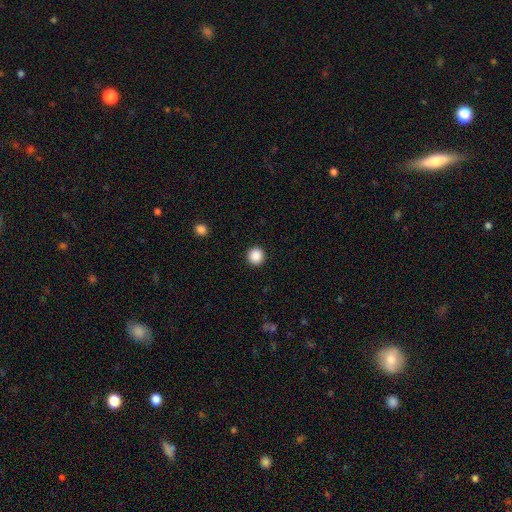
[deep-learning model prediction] The model was most divided on "smooth or featured": smooth: 88%, star or artifact: 9%, featured or disk: 2%. More confident: how rounded — round (95%); merging — none (93%).